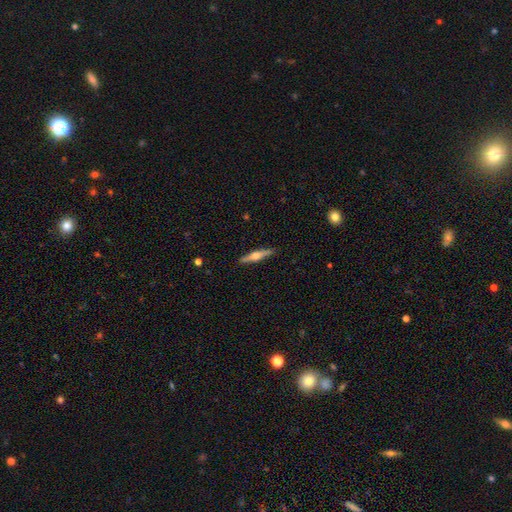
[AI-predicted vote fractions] A featured or disk galaxy (63%) viewed edge-on (97%) with a rounded central bulge (90%).

Vote fractions:
- Smooth or featured? featured or disk: 63% / smooth: 31% / star or artifact: 5%
- Edge-on disk? yes: 97% / no: 3%
- Edge-on bulge? rounded: 90% / boxy: 6% / none: 3%
- Merging? none: 89% / minor disturbance: 8% / major disturbance: 2% / merger: 1%